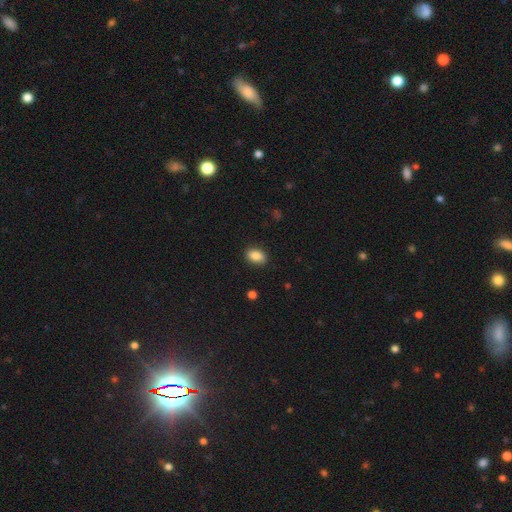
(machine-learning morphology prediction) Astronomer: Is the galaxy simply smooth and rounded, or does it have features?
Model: smooth — 88%.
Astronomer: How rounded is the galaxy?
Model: in between — 85%.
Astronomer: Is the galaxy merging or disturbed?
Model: none — 89%.